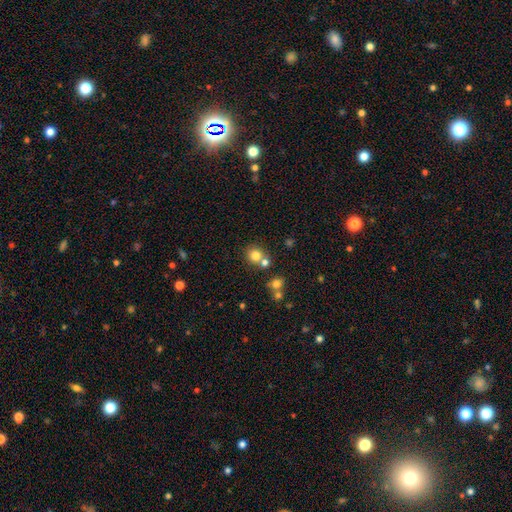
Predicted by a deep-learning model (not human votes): Smooth or featured?
  - smooth: 78% *
  - star or artifact: 14%
  - featured or disk: 9%
How rounded?
  - round: 87% *
  - in between: 12%
  - cigar-shaped: 1%
Merging?
  - none: 62% *
  - merger: 28%
  - minor disturbance: 8%
  - major disturbance: 3%